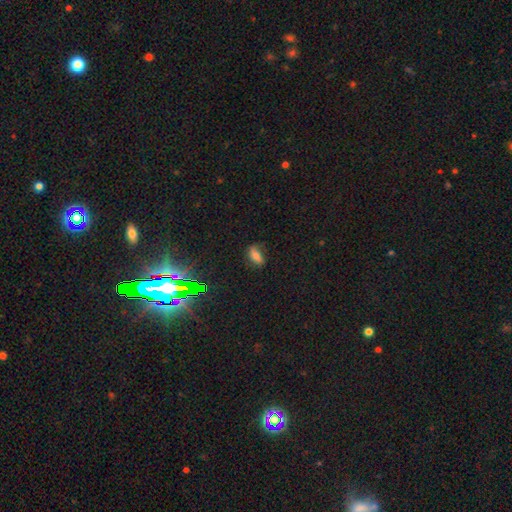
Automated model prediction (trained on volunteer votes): smooth-or-featured: smooth: 67% | star or artifact: 18% | featured or disk: 15%
  how-rounded: in between: 81% | cigar-shaped: 12% | round: 7%
  merging: none: 66% | minor disturbance: 24% | major disturbance: 8% | merger: 2%